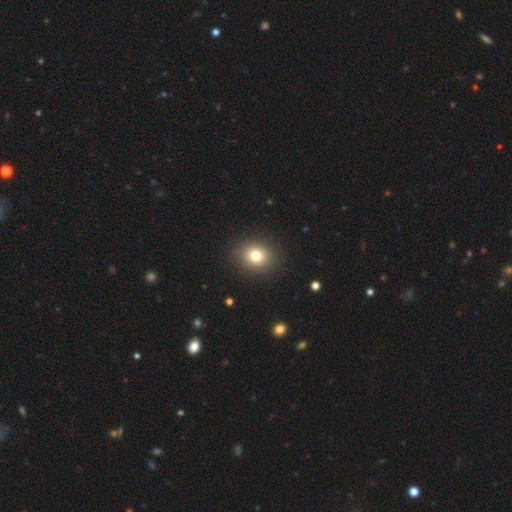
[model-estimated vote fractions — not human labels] Smooth or featured? Predicted: smooth (p=0.77). How rounded? Predicted: round (p=0.68). Merging? Predicted: none (p=0.89).